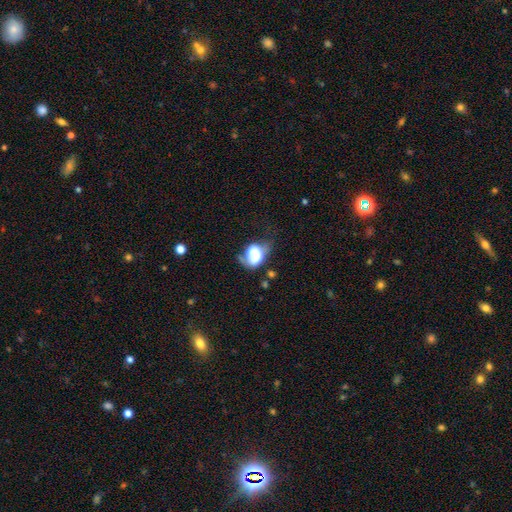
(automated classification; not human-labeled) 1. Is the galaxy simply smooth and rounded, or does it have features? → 64% smooth, 26% featured or disk, 10% star or artifact.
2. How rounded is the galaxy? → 68% in between, 31% round, 1% cigar-shaped.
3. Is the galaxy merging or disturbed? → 35% major disturbance, 26% minor disturbance, 22% none, 17% merger.